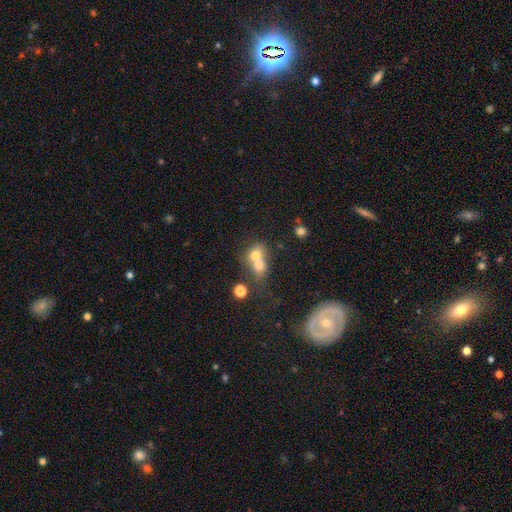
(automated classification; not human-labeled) A smooth galaxy with no disk features (69%) that is round (60%). Merging: merger (70%).